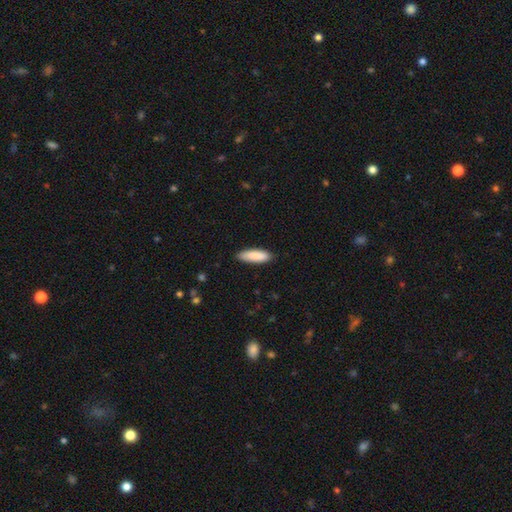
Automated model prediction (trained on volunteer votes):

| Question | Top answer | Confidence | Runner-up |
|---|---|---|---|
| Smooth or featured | smooth | 89% | featured or disk (6%) |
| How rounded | cigar-shaped | 51% | in between (48%) |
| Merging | none | 85% | minor disturbance (12%) |